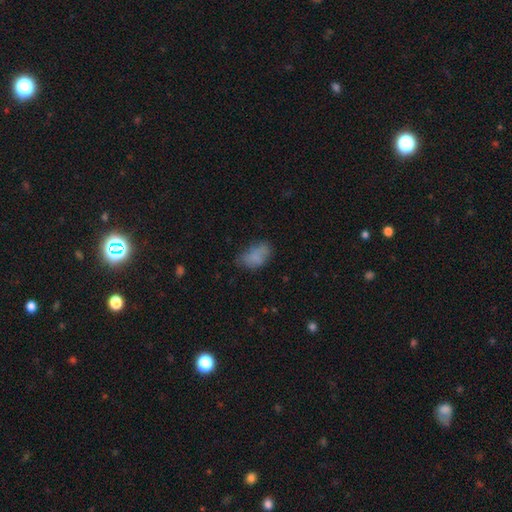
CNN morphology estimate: type=smooth (77%); roundness=in between (89%); merging=none (50%).